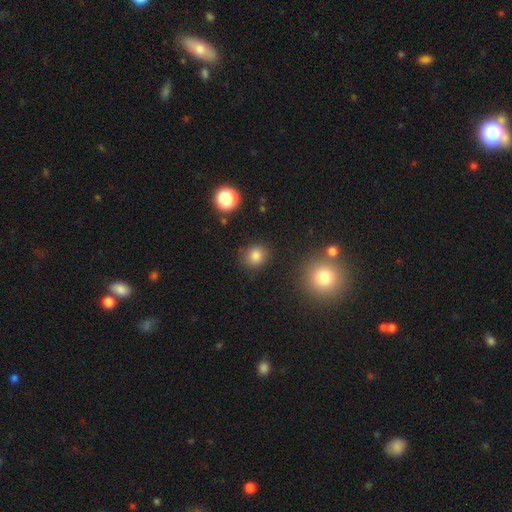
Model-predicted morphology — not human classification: type=smooth (81%); roundness=round (75%); merging=none (84%).